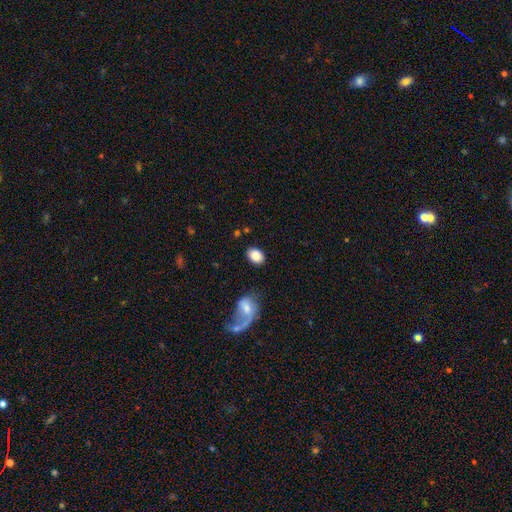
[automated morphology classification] The model was most divided on "how rounded": in between: 75%, round: 24%, cigar-shaped: 1%. More confident: smooth or featured — smooth (86%); merging — none (80%).